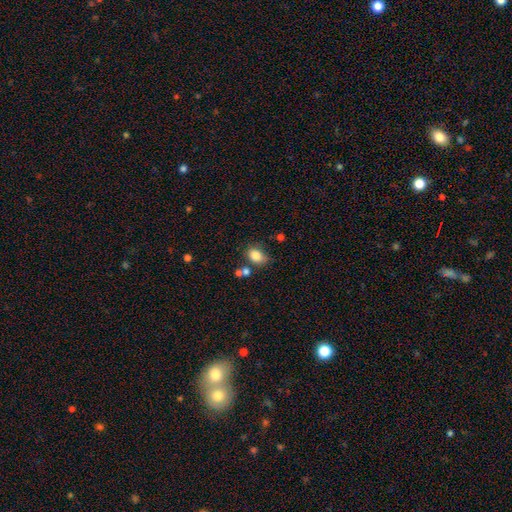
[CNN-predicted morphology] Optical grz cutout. It shows a smooth galaxy with no disk features (83%) that is in between round and cigar-shaped (72%). Merging: none (65%).